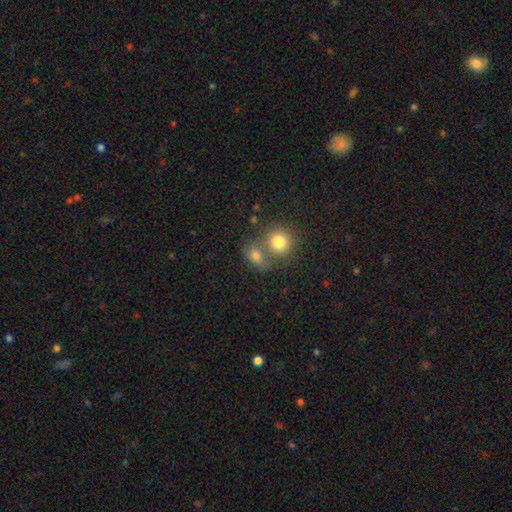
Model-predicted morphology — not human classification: Smooth or featured?
  - smooth: 75% *
  - featured or disk: 12%
  - star or artifact: 12%
How rounded?
  - round: 51% *
  - in between: 47%
  - cigar-shaped: 2%
Merging?
  - merger: 52% *
  - none: 33%
  - minor disturbance: 9%
  - major disturbance: 5%